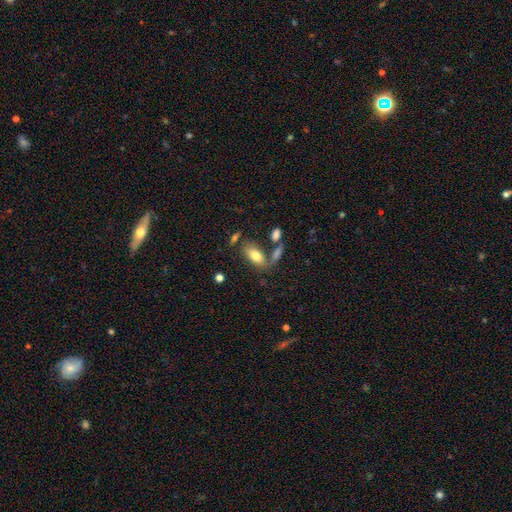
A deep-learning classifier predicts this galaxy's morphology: A smooth galaxy with no disk features (75%) that is in between round and cigar-shaped (88%).

Vote fractions:
- Smooth or featured? smooth: 75% / featured or disk: 17% / star or artifact: 8%
- How rounded? in between: 88% / cigar-shaped: 9% / round: 3%
- Merging? none: 60% / merger: 20% / minor disturbance: 14% / major disturbance: 6%